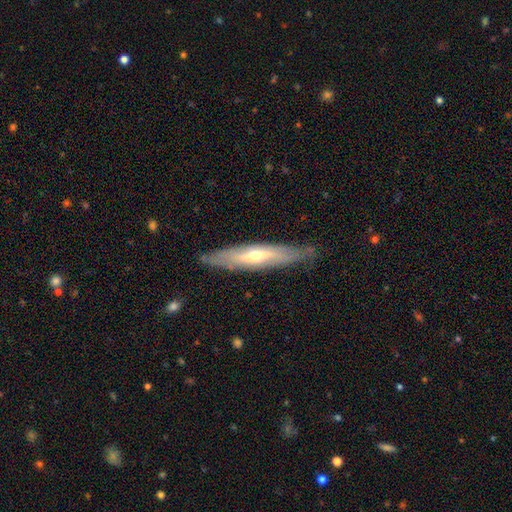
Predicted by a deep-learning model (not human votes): featured or disk 65%, smooth 29%, star or artifact 6%. Down the decision tree: edge-on disk — yes (65%); merging — none (82%).